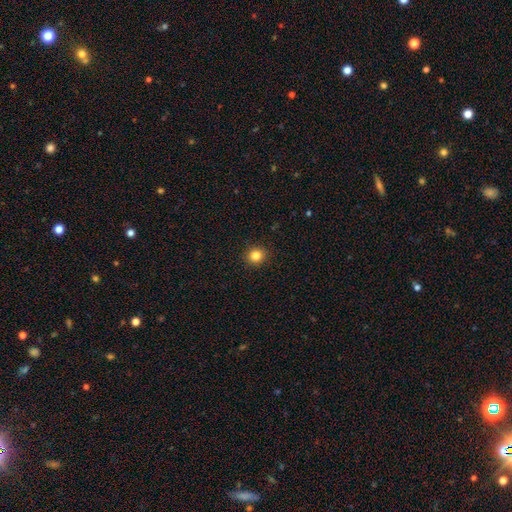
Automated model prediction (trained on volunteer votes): Smooth or featured? Predicted: smooth (p=0.84). How rounded? Predicted: round (p=0.84). Merging? Predicted: none (p=0.91).